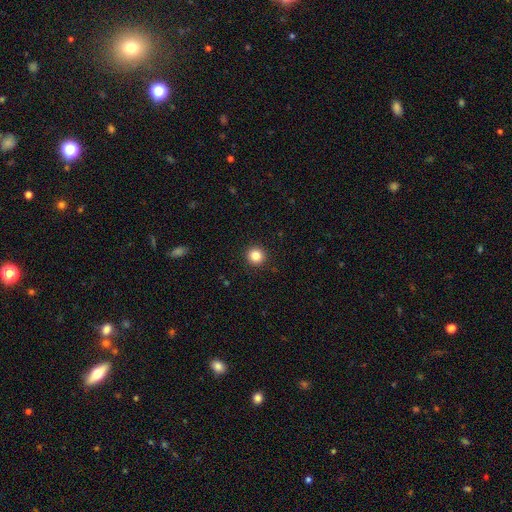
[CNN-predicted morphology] The model was most divided on "smooth or featured": smooth: 84%, star or artifact: 11%, featured or disk: 5%. More confident: how rounded — round (95%); merging — none (93%).